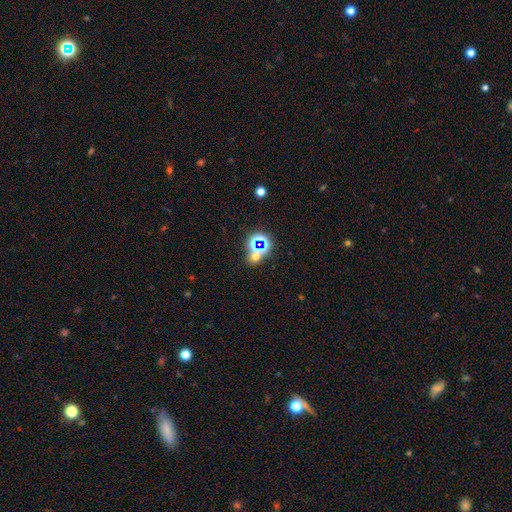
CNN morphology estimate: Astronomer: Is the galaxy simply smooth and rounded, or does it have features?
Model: star or artifact — 54% (runner-up: smooth, 35%).